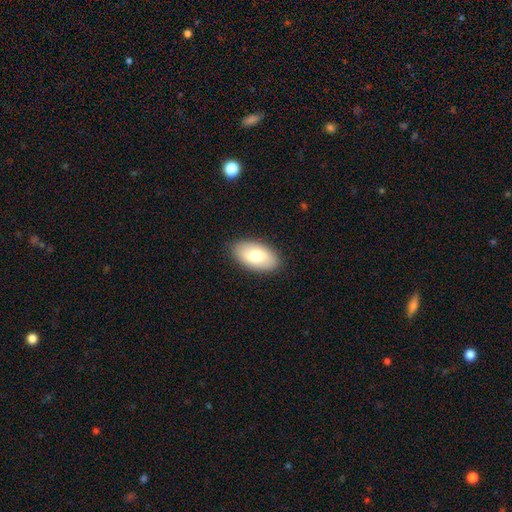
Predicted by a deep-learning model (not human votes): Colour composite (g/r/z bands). It shows a smooth galaxy with no disk features (73%) that is in between round and cigar-shaped (94%). Merging: none (87%).